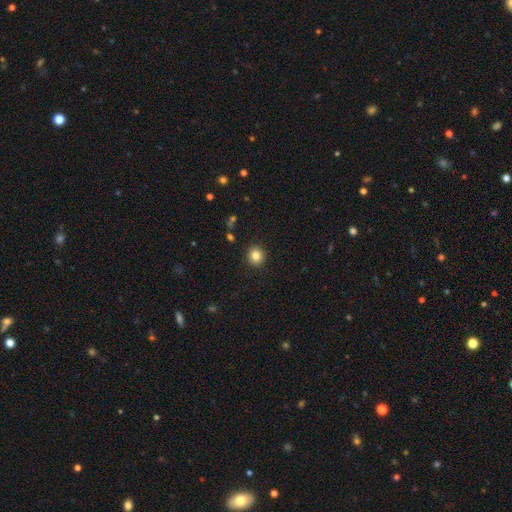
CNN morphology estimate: The model was most divided on "smooth or featured": smooth: 84%, star or artifact: 10%, featured or disk: 6%. More confident: merging — none (92%); how rounded — round (90%).